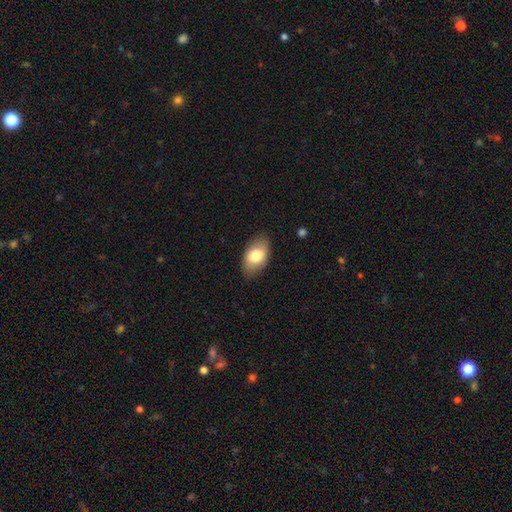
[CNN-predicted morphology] Smooth or featured: smooth — 77% (featured or disk — 17%)
How rounded: in between — 92% (round — 6%)
Merging: none — 85% (minor disturbance — 12%)